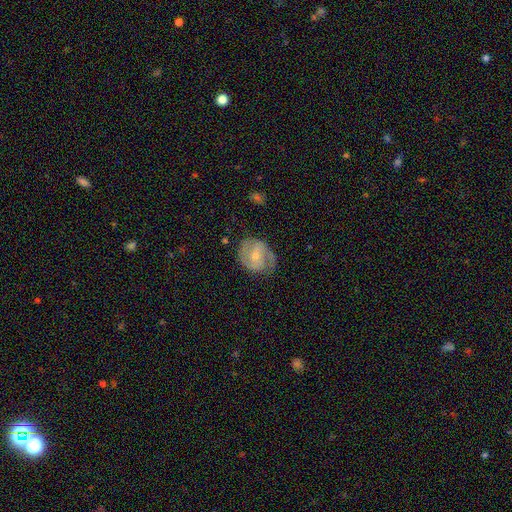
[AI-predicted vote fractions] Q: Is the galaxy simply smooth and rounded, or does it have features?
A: featured or disk — 77%.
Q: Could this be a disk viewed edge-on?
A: no — 97%.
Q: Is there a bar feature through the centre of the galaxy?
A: weak — 46%.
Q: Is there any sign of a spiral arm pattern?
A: yes — 93%.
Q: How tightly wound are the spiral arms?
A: medium — 49%.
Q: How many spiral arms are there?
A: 2 — 80%.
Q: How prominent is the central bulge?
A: small — 52%.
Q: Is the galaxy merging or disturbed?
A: none — 67%.